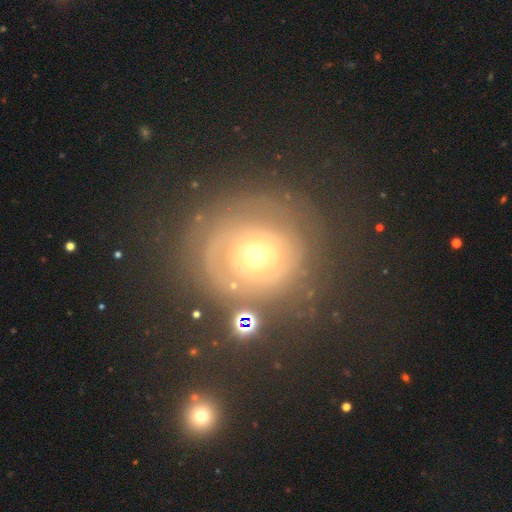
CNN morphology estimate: Q: Smooth or featured?
A: featured or disk (65%); runner-up: smooth (22%)
Q: Edge-on disk?
A: no (96%); runner-up: yes (4%)
Q: Bar?
A: no (85%); runner-up: weak (11%)
Q: Spiral arms?
A: yes (68%); runner-up: no (32%)
Q: Bulge size?
A: moderate (65%); runner-up: small (21%)
Q: Merging?
A: none (67%); runner-up: minor disturbance (16%)